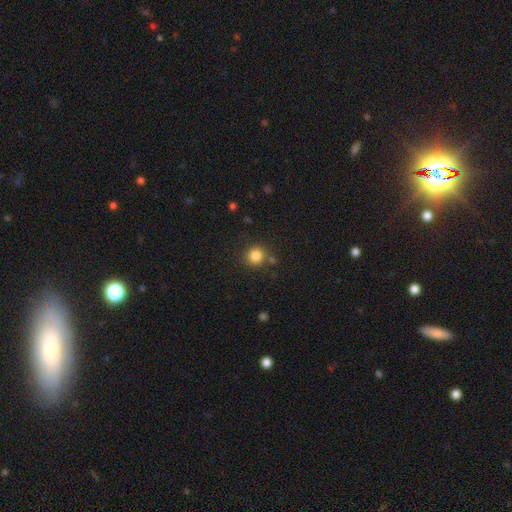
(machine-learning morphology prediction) Smooth or featured: smooth — 83% (star or artifact — 12%)
How rounded: round — 91% (in between — 8%)
Merging: none — 79% (minor disturbance — 10%)